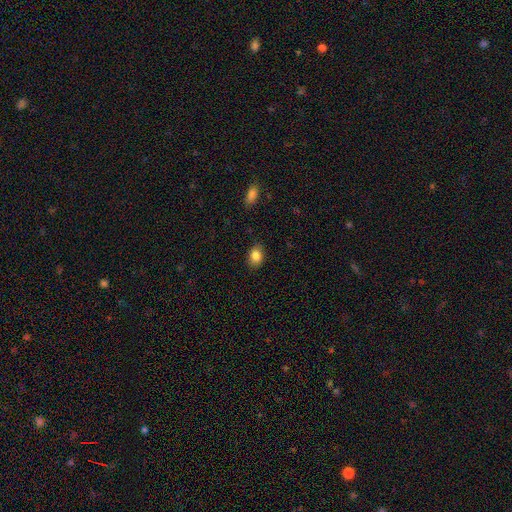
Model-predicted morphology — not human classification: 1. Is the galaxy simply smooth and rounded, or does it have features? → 85% smooth, 9% star or artifact, 7% featured or disk.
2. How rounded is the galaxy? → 70% in between, 29% round, 1% cigar-shaped.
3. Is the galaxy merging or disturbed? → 86% none, 10% minor disturbance, 2% major disturbance, 1% merger.